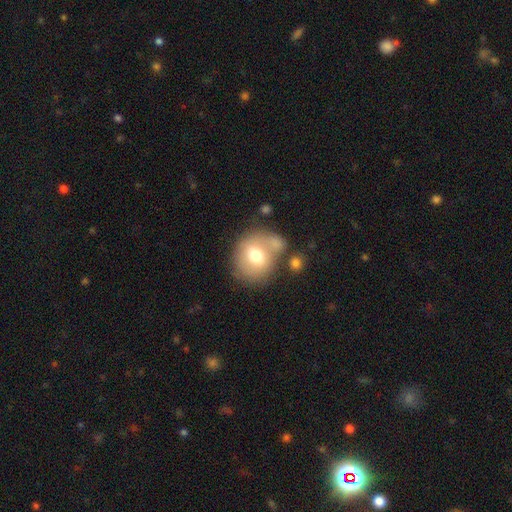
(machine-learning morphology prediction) smooth 66%, featured or disk 26%, star or artifact 9%. Down the decision tree: how rounded — round (68%); merging — none (50%).